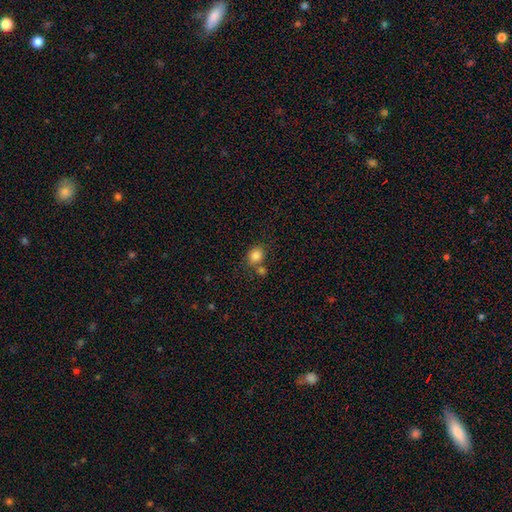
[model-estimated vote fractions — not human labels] A smooth galaxy with no disk features (84%) that is round (63%). Merging: none (61%).